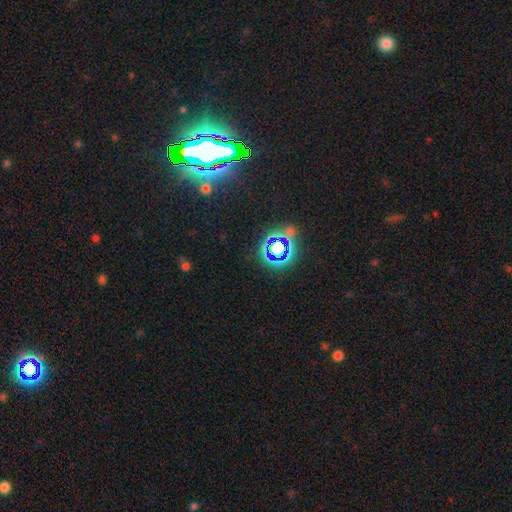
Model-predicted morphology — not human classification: smooth_or_featured: star or artifact (p=0.77) [alt: smooth p=0.14]